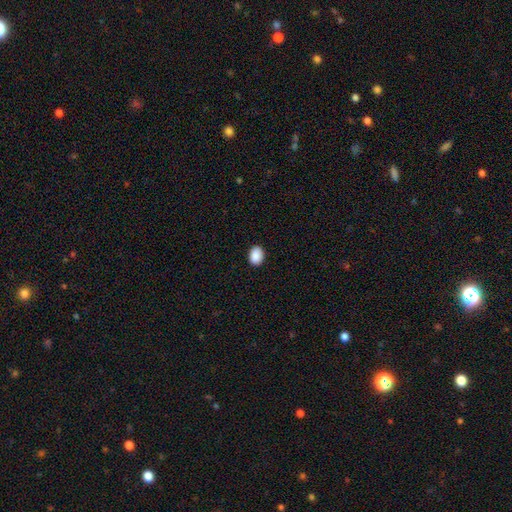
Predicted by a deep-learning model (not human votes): smooth_or_featured: smooth (p=0.90) [alt: star or artifact p=0.07]
how_rounded: in between (p=0.72) [alt: round p=0.27]
merging: none (p=0.90) [alt: minor disturbance p=0.08]